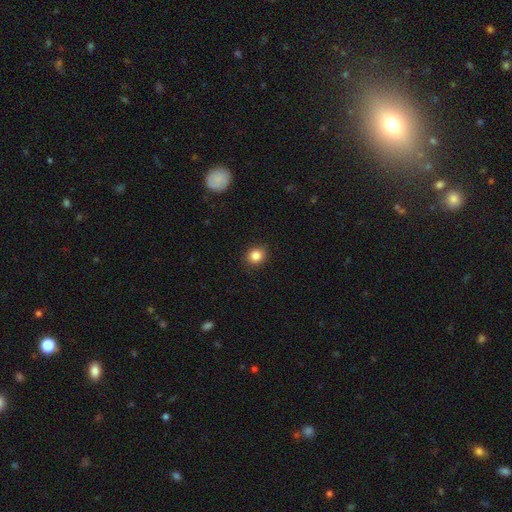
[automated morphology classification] A smooth galaxy with no disk features (85%) that is round (76%). Merging: none (89%).